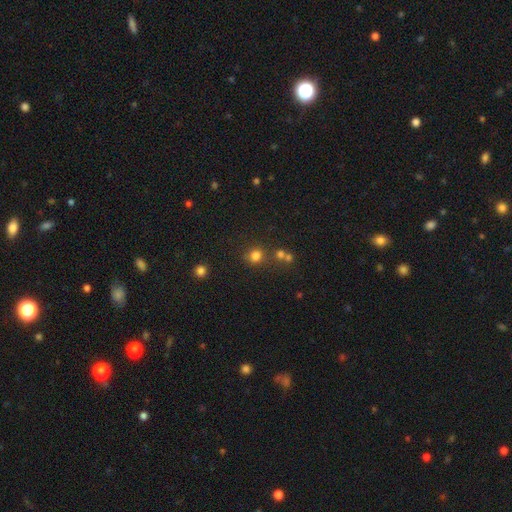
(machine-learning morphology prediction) A smooth galaxy with no disk features (77%) that is round (84%).

Vote fractions:
- Smooth or featured? smooth: 77% / star or artifact: 17% / featured or disk: 6%
- How rounded? round: 84% / in between: 15% / cigar-shaped: 1%
- Merging? none: 71% / merger: 15% / minor disturbance: 10% / major disturbance: 4%